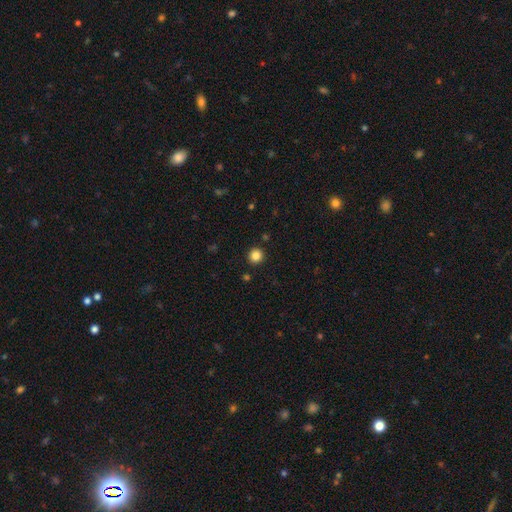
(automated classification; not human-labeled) This appears to be a smooth galaxy with no disk features (84%) that is round (93%). Merging: none (92%).